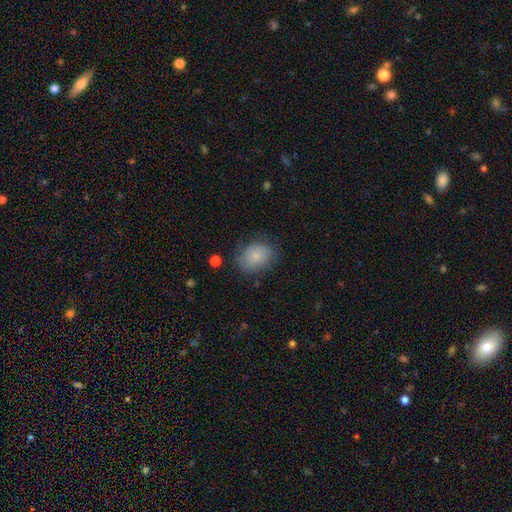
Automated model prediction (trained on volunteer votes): Morphology: type=smooth (79%); roundness=round (50%); merging=none (69%).